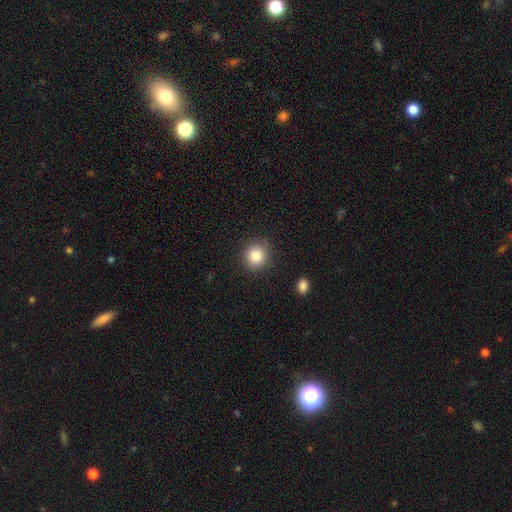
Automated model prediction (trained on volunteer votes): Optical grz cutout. It shows a smooth galaxy with no disk features (83%) that is round (89%). Merging: none (87%).